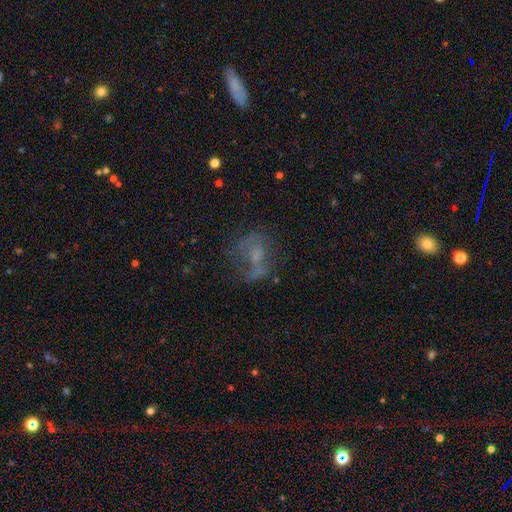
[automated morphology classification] smooth-or-featured: featured or disk: 46% | smooth: 33% | star or artifact: 20%
  merging: none: 42% | major disturbance: 32% | minor disturbance: 20% | merger: 6%